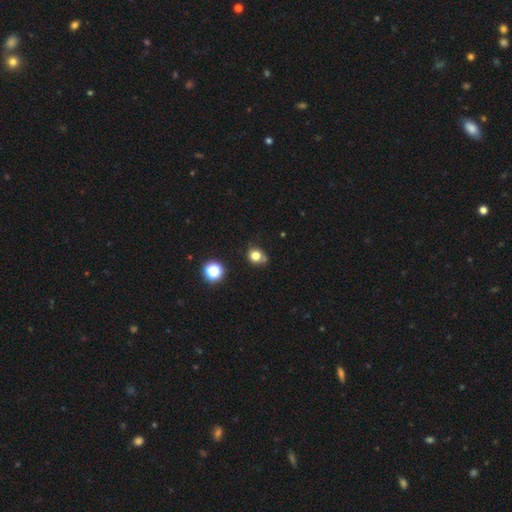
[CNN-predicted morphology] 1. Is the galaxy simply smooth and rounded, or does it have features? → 76% smooth, 16% star or artifact, 8% featured or disk.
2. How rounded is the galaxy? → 79% round, 20% in between, 1% cigar-shaped.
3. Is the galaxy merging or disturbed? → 64% none, 20% minor disturbance, 11% merger, 6% major disturbance.